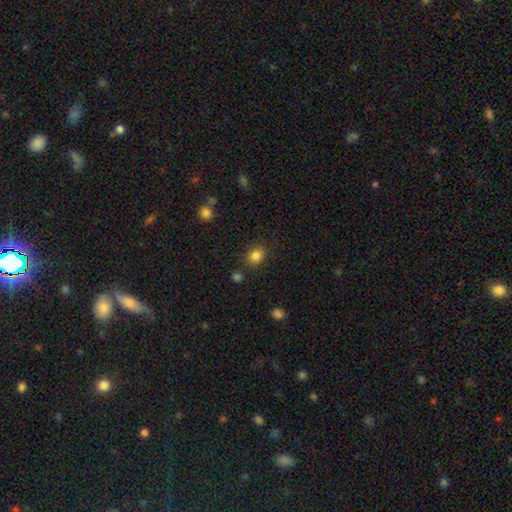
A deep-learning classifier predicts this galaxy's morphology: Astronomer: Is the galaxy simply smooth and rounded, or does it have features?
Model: smooth — 84%.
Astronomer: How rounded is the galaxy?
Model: round — 64%.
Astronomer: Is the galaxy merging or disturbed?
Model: none — 83%.